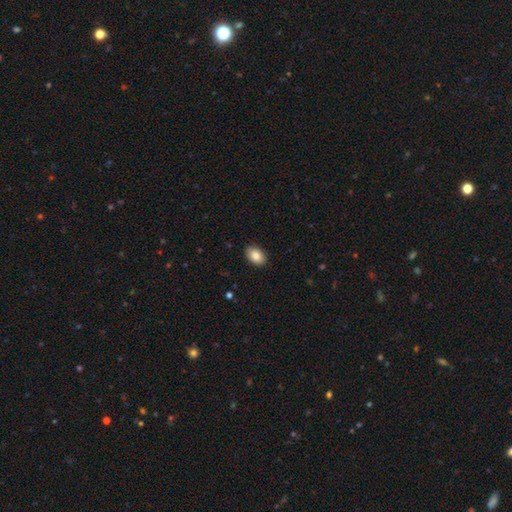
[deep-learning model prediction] Overall: smooth (86%). How rounded: in between (85%). Merging: none (89%).